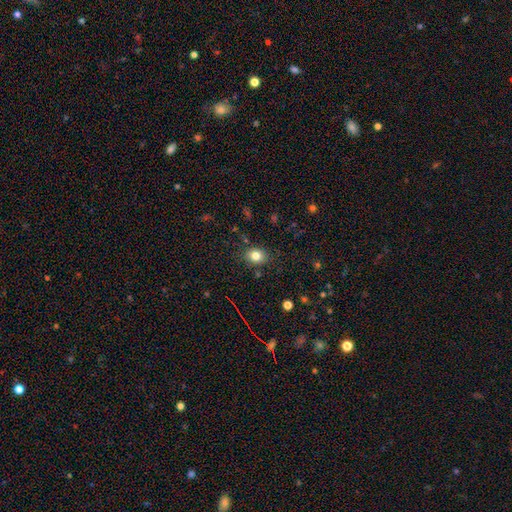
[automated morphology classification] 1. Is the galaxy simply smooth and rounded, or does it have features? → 80% smooth, 12% star or artifact, 8% featured or disk.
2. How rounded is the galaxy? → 52% round, 47% in between, 1% cigar-shaped.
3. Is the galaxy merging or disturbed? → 83% none, 12% minor disturbance, 3% major disturbance, 2% merger.